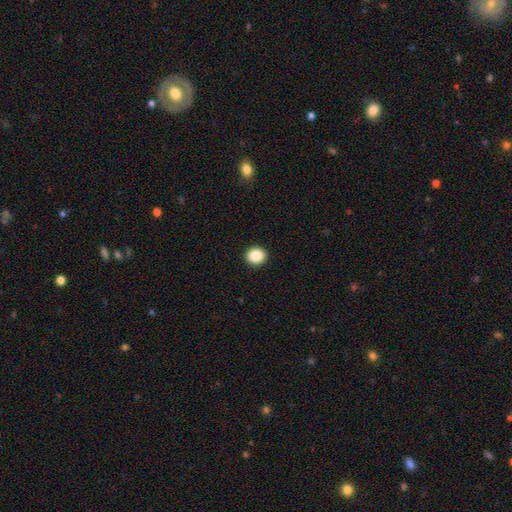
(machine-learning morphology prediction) Overall: smooth (88%). How rounded: round (76%). Merging: none (93%).